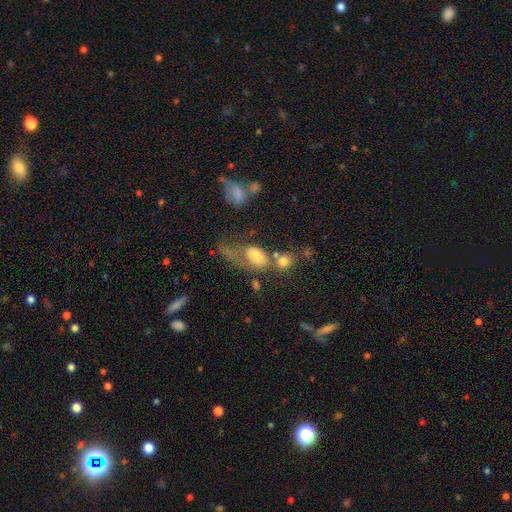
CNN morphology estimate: This is likely a smooth galaxy (66%). How rounded: clearly in between (83%). Merging: marginally major disturbance (35%).